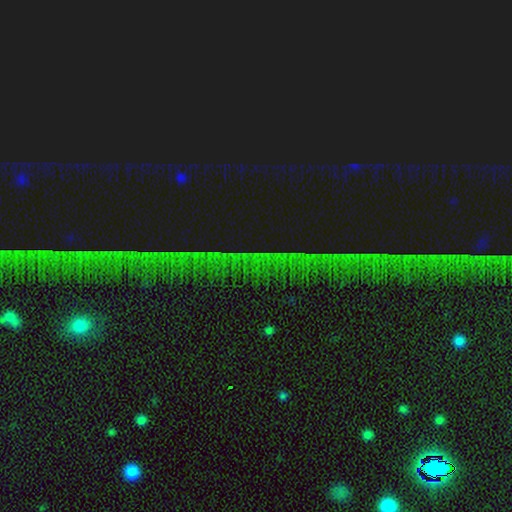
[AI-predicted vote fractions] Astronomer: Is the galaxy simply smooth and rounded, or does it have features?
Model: star or artifact — 81%.